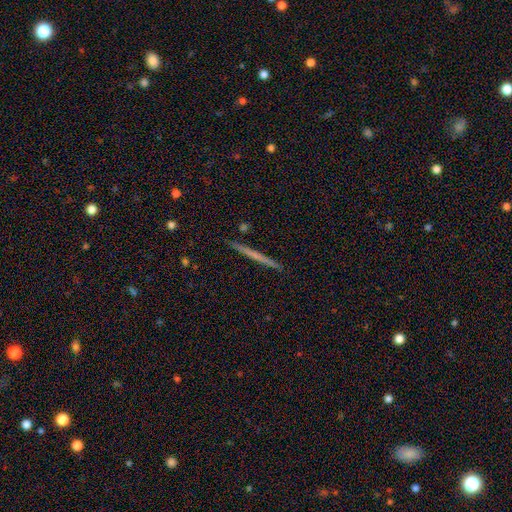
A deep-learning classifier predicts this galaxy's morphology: Smooth or featured? featured or disk (48%)
Merging? none (92%)